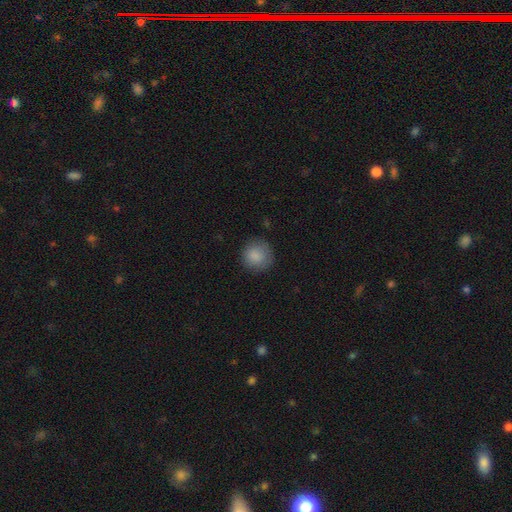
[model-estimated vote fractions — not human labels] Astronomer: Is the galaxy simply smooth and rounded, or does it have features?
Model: smooth — 86%.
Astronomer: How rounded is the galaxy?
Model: round — 91%.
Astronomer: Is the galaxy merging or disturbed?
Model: none — 82%.